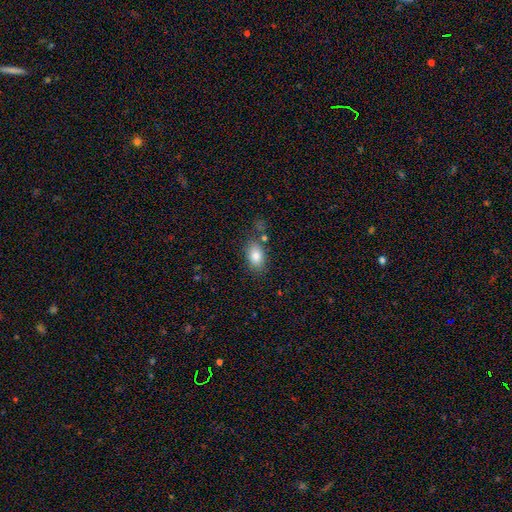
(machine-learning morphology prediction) Smooth or featured: smooth — 81% (featured or disk — 10%)
How rounded: in between — 84% (round — 14%)
Merging: none — 73% (minor disturbance — 15%)